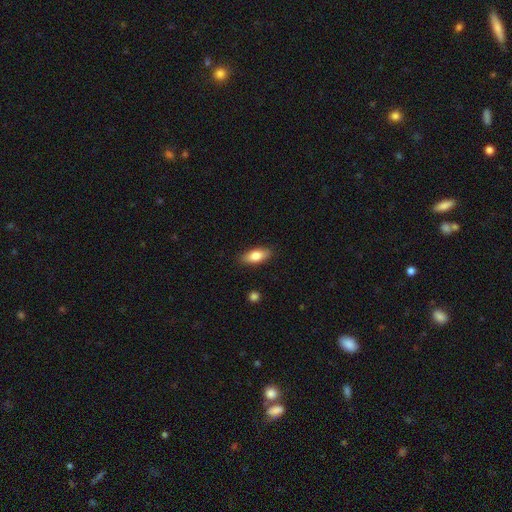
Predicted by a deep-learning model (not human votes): Morphology: type=smooth (80%); roundness=in between (82%); merging=none (88%).